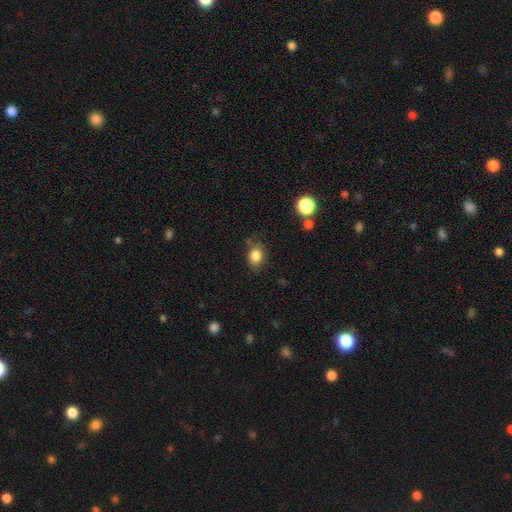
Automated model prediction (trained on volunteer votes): Smooth or featured? Predicted: smooth (p=0.84). How rounded? Predicted: in between (p=0.57). Merging? Predicted: none (p=0.74).